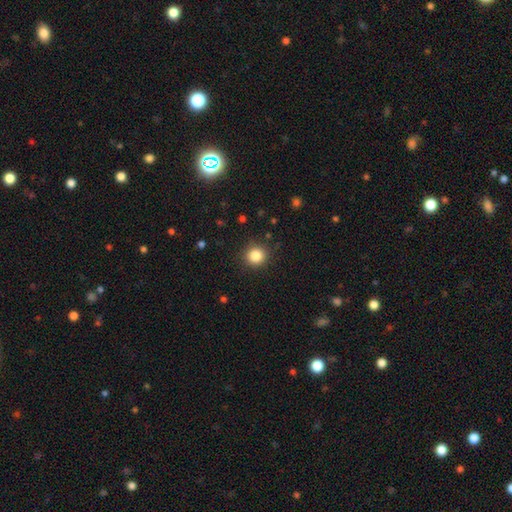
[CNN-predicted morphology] The model was most divided on "smooth or featured": smooth: 84%, star or artifact: 11%, featured or disk: 5%. More confident: how rounded — round (92%); merging — none (90%).